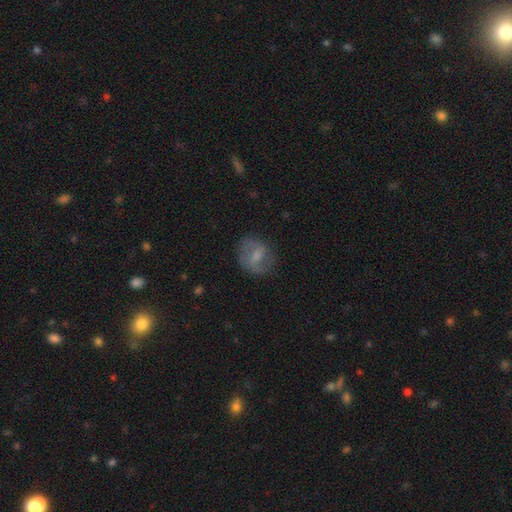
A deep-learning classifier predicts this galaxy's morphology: A featured or disk galaxy (48%). Merging: none (72%).